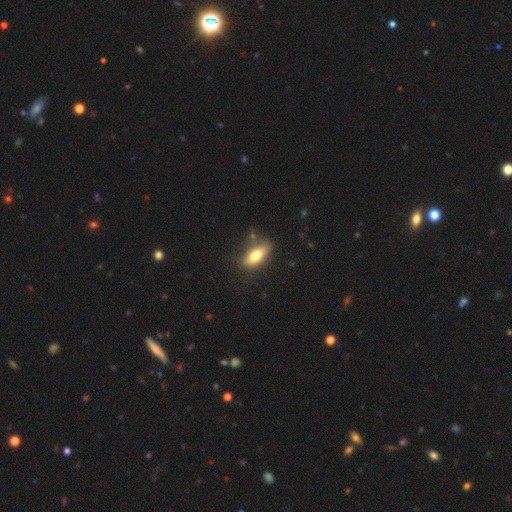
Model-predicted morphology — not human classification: smooth_or_featured: smooth (p=0.72) [alt: featured or disk p=0.20]
how_rounded: in between (p=0.83) [alt: cigar-shaped p=0.12]
merging: none (p=0.74) [alt: minor disturbance p=0.17]